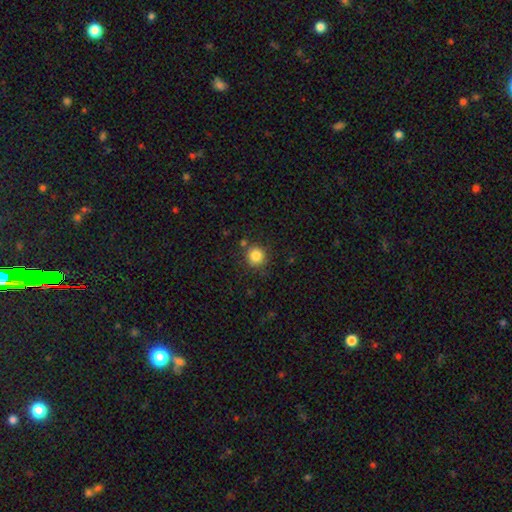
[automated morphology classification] Smooth or featured: smooth — 84% (star or artifact — 11%)
How rounded: round — 93% (in between — 6%)
Merging: none — 83% (minor disturbance — 9%)